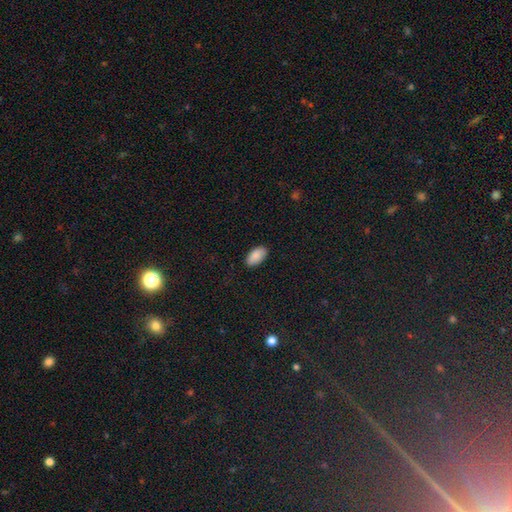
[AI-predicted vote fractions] Smooth or featured?
  - smooth: 89% *
  - star or artifact: 7%
  - featured or disk: 4%
How rounded?
  - in between: 96% *
  - round: 2%
  - cigar-shaped: 2%
Merging?
  - none: 88% *
  - minor disturbance: 9%
  - major disturbance: 2%
  - merger: 1%